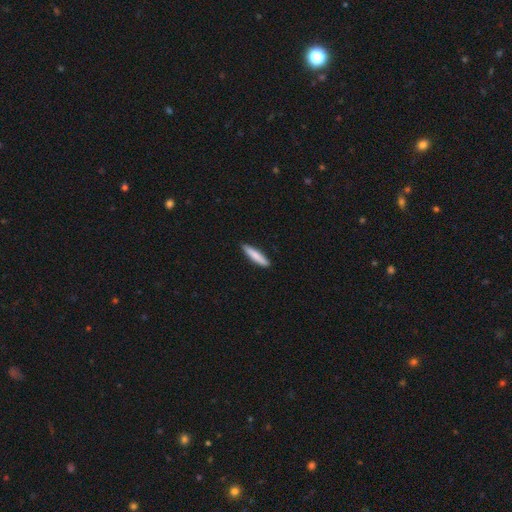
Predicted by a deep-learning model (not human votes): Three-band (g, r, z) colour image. It shows a smooth galaxy with no disk features (81%) that is cigar-shaped (87%). Merging: none (90%).